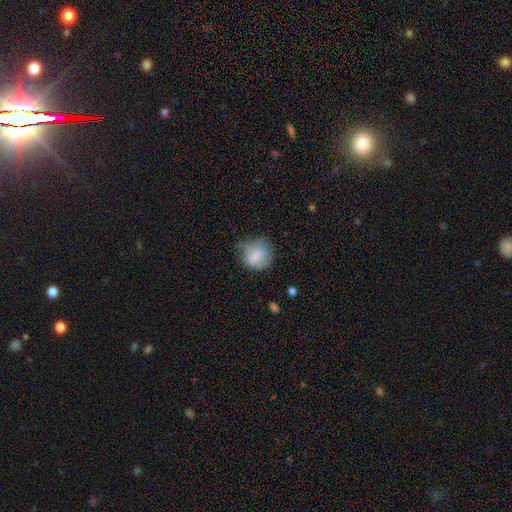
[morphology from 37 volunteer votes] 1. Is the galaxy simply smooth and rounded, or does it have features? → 86% smooth, 8% star or artifact, 5% featured or disk.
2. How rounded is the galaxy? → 62% round, 31% in between, 6% cigar-shaped.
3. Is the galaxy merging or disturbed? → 59% none, 35% minor disturbance, 6% major disturbance, 0% merger.